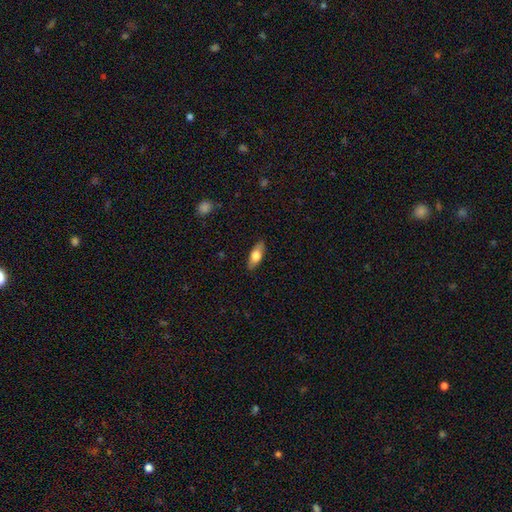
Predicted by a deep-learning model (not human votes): Q: Smooth or featured?
A: smooth (73%); runner-up: featured or disk (21%)
Q: How rounded?
A: in between (77%); runner-up: cigar-shaped (20%)
Q: Merging?
A: none (87%); runner-up: minor disturbance (10%)